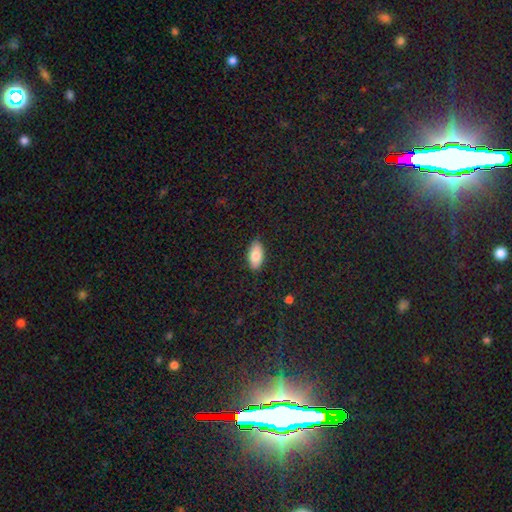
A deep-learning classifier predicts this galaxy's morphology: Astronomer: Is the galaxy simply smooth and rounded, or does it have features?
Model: smooth — 80%.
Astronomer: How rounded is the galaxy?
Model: in between — 91%.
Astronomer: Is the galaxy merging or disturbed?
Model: none — 86%.